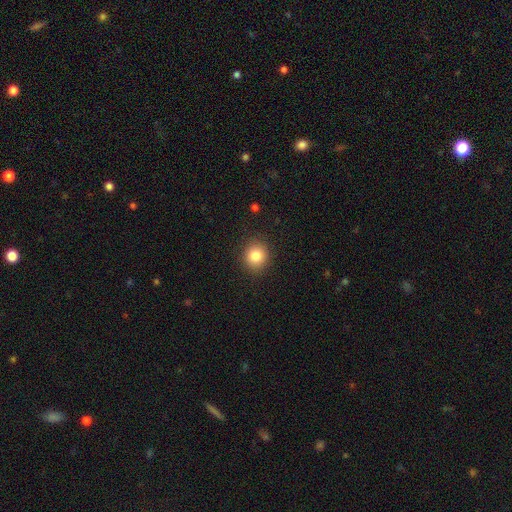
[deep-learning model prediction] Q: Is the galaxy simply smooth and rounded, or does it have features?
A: smooth — 83%.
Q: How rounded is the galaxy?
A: round — 85%.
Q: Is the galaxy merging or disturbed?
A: none — 90%.